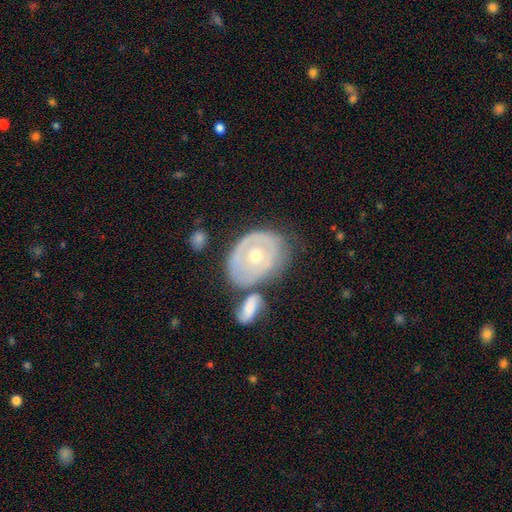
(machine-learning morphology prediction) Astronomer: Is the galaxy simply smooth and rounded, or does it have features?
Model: featured or disk — 64%.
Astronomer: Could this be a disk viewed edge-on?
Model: no — 95%.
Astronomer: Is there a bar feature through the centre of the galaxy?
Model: no — 85%.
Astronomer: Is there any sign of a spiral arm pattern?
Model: no — 60% (runner-up: yes, 40%).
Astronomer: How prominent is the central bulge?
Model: moderate — 59% (runner-up: small, 37%).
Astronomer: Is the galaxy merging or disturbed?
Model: none — 51%.